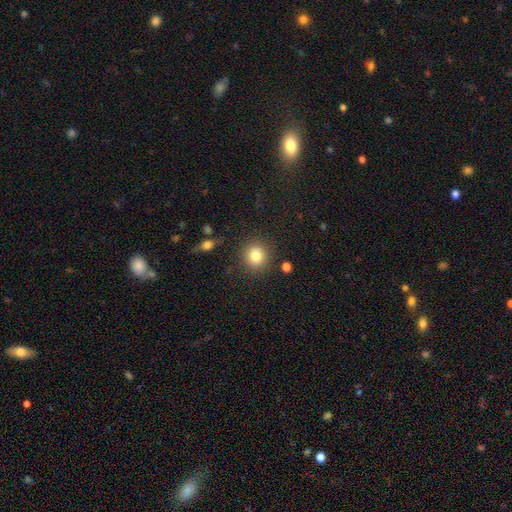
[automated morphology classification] smooth-or-featured: smooth: 82% | star or artifact: 11% | featured or disk: 7%
  how-rounded: round: 87% | in between: 12% | cigar-shaped: 1%
  merging: none: 88% | minor disturbance: 7% | major disturbance: 3% | merger: 2%